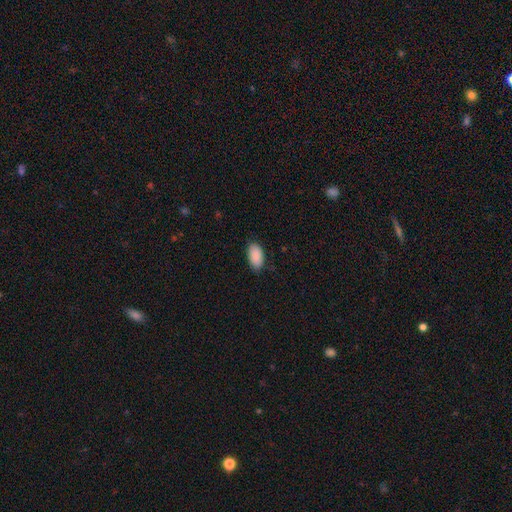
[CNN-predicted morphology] smooth-or-featured: smooth: 89% | star or artifact: 6% | featured or disk: 5%
  how-rounded: in between: 95% | round: 3% | cigar-shaped: 2%
  merging: none: 82% | minor disturbance: 15% | major disturbance: 2% | merger: 1%